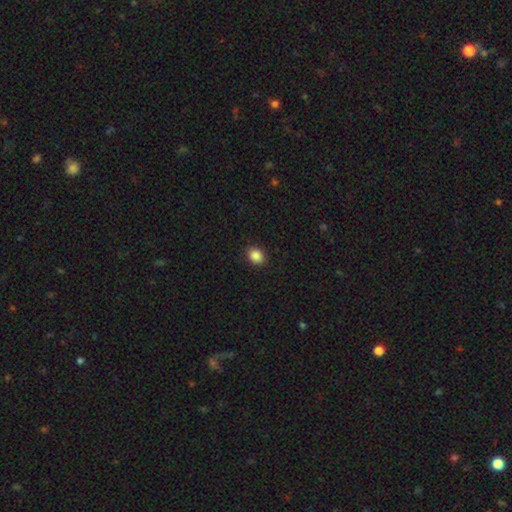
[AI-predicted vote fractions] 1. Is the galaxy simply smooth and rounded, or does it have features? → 88% smooth, 9% star or artifact, 3% featured or disk.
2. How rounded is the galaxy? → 57% in between, 42% round, 1% cigar-shaped.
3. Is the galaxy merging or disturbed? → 91% none, 6% minor disturbance, 2% major disturbance, 1% merger.